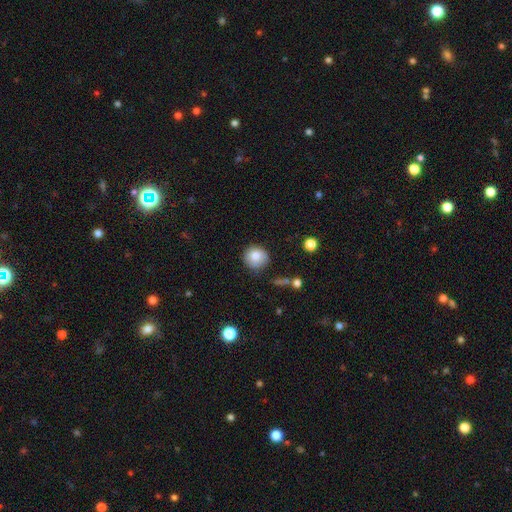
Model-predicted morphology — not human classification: smooth-or-featured: smooth: 79% | featured or disk: 11% | star or artifact: 9%
  how-rounded: round: 90% | in between: 9% | cigar-shaped: 1%
  merging: none: 81% | minor disturbance: 14% | major disturbance: 3% | merger: 2%